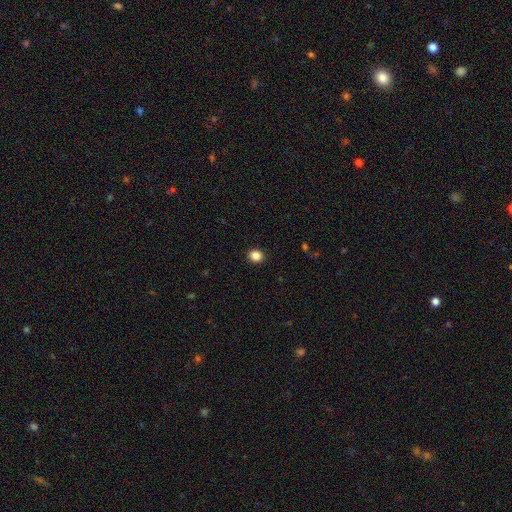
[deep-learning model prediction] A smooth galaxy with no disk features (86%) that is round (83%).

Vote fractions:
- Smooth or featured? smooth: 86% / star or artifact: 11% / featured or disk: 4%
- How rounded? round: 83% / in between: 16% / cigar-shaped: 1%
- Merging? none: 92% / minor disturbance: 5% / major disturbance: 2% / merger: 1%